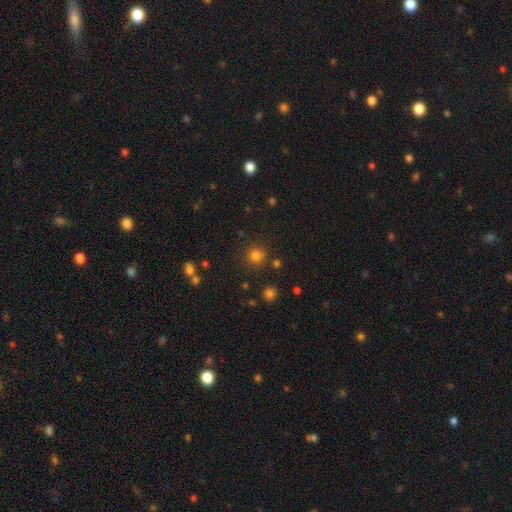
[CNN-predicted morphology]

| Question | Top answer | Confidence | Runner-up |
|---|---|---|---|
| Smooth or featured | smooth | 78% | star or artifact (17%) |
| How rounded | round | 92% | in between (7%) |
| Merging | none | 85% | minor disturbance (8%) |